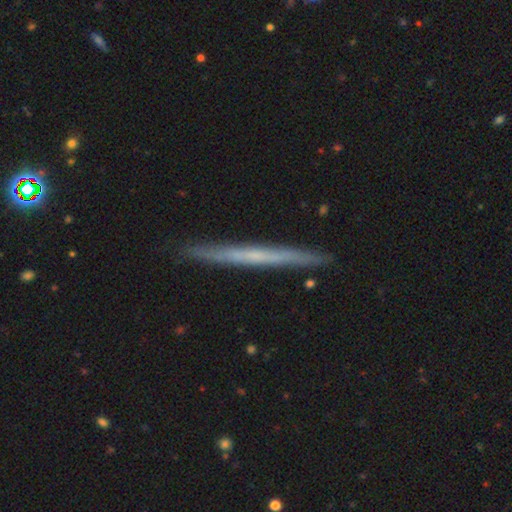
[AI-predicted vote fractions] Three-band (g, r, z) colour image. It shows a featured or disk galaxy (60%) viewed edge-on (97%) with no central bulge (83%). Merging: none (91%).